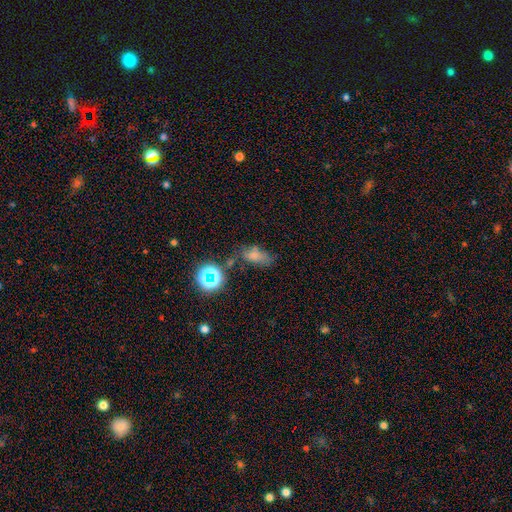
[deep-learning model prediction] Overall: smooth (63%). How rounded: in between (80%). Merging: none (48%; minor disturbance 27%).